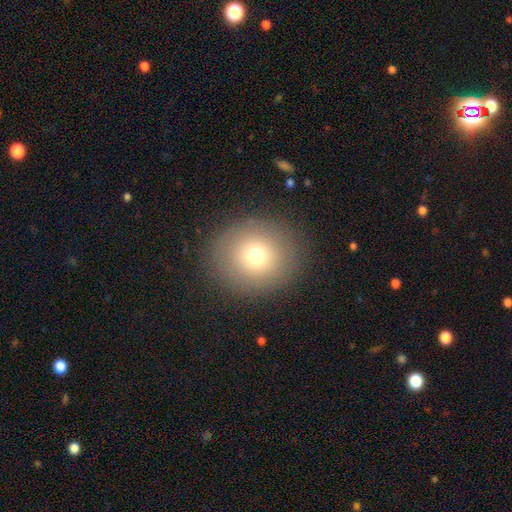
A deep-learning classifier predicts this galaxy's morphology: The model was most divided on "smooth or featured": smooth: 72%, featured or disk: 15%, star or artifact: 13%. More confident: merging — none (87%); how rounded — round (84%).